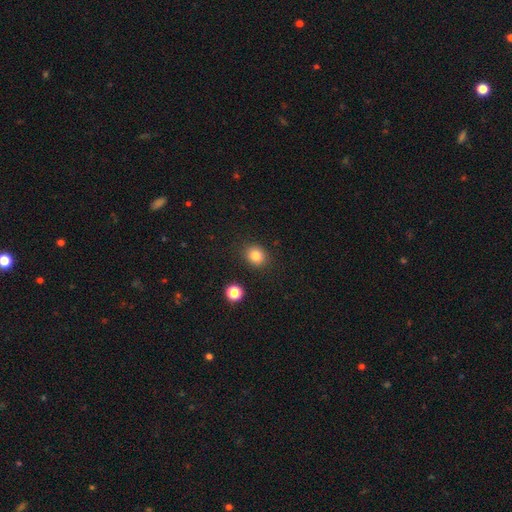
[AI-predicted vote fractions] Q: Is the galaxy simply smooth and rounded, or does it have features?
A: smooth — 81%.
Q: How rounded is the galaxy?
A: round — 75%.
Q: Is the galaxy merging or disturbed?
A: none — 87%.